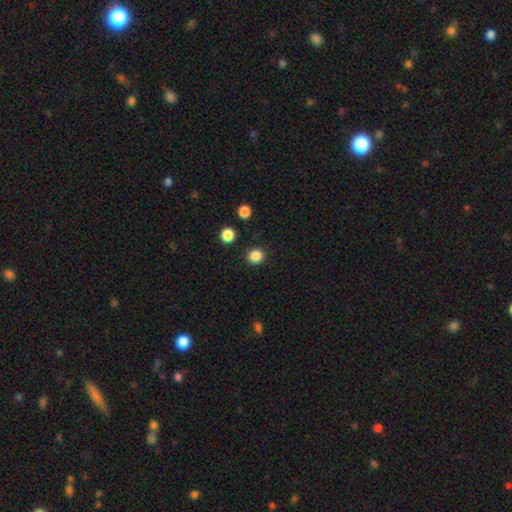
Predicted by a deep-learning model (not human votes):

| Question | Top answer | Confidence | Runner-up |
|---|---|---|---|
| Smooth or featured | smooth | 86% | star or artifact (11%) |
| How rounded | round | 87% | in between (12%) |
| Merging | none | 90% | minor disturbance (5%) |